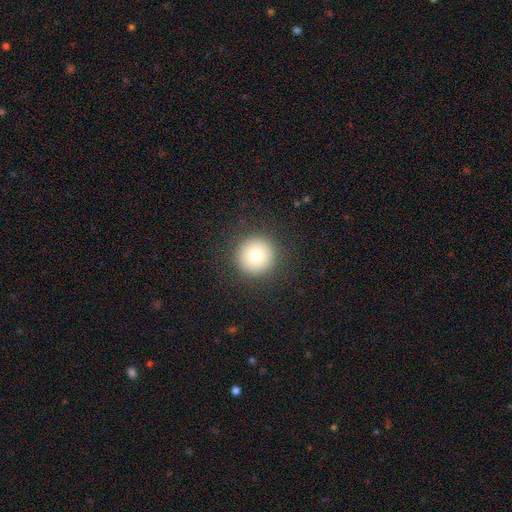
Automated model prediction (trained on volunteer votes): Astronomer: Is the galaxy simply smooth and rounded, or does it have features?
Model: smooth — 80%.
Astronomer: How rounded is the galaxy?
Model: round — 96%.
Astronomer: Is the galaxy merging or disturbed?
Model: none — 90%.